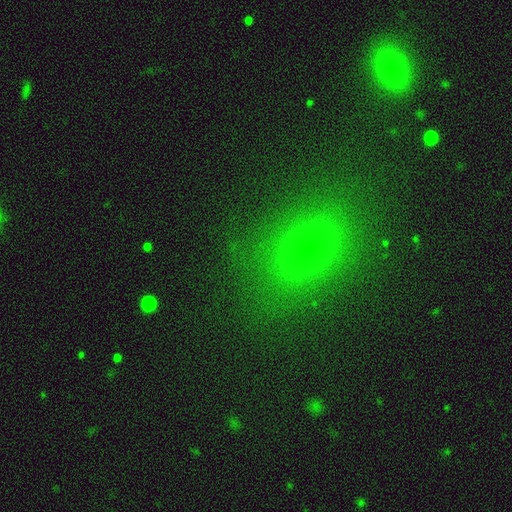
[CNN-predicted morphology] Smooth or featured? smooth (50%)
How rounded? round (50%)
Merging? none (85%)